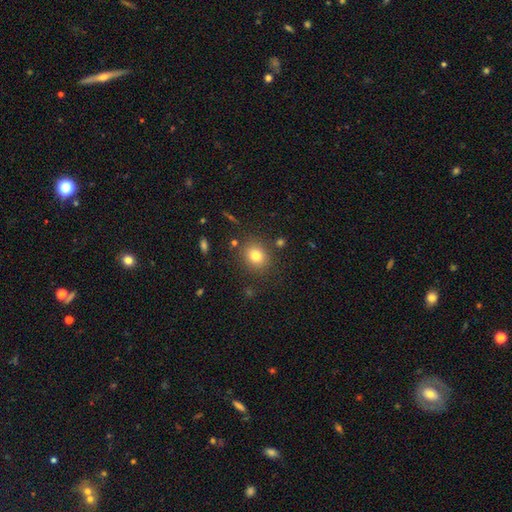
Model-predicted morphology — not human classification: A smooth galaxy with no disk features (78%) that is round (67%).

Vote fractions:
- Smooth or featured? smooth: 78% / star or artifact: 13% / featured or disk: 9%
- How rounded? round: 67% / in between: 32% / cigar-shaped: 1%
- Merging? none: 84% / minor disturbance: 9% / merger: 3% / major disturbance: 3%